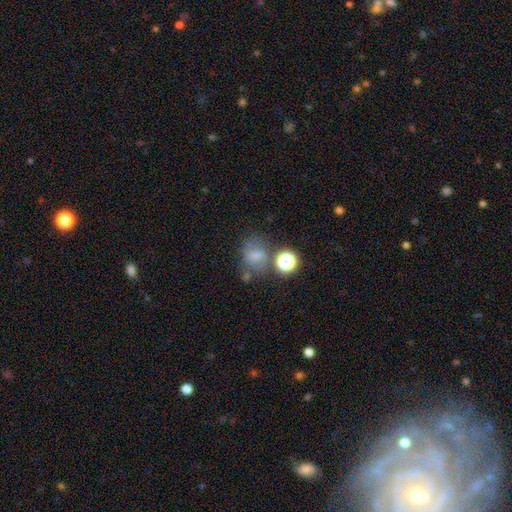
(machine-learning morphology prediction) Smooth or featured? smooth (63%)
How rounded? round (56%)
Merging? none (53%)